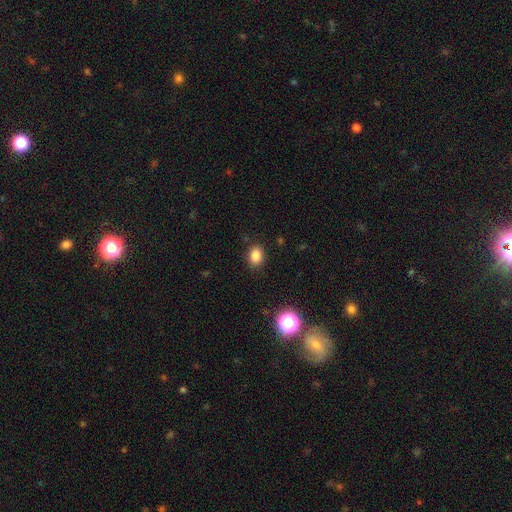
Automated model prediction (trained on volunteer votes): Smooth or featured: smooth — 84% (star or artifact — 12%)
How rounded: in between — 61% (round — 38%)
Merging: none — 87% (minor disturbance — 9%)